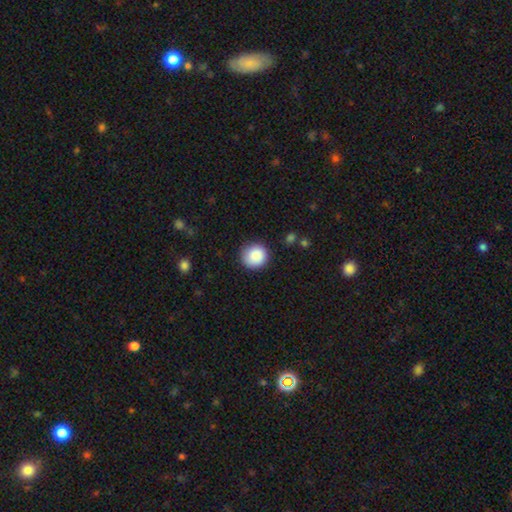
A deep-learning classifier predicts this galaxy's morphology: Smooth or featured: smooth — 87% (star or artifact — 8%)
How rounded: round — 92% (in between — 7%)
Merging: none — 87% (minor disturbance — 9%)